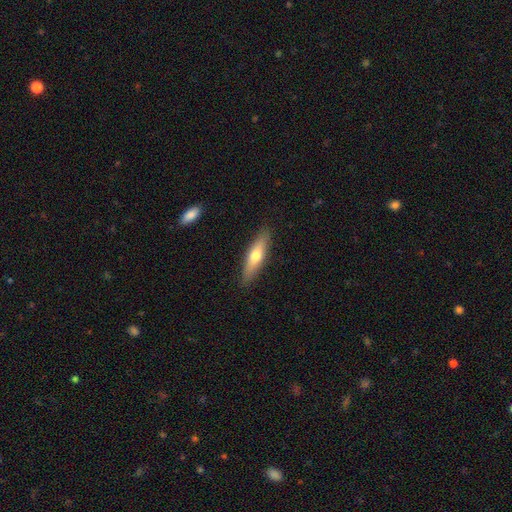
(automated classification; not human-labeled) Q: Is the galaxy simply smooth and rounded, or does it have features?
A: smooth — 59%.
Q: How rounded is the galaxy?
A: cigar-shaped — 67%.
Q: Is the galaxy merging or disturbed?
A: none — 88%.